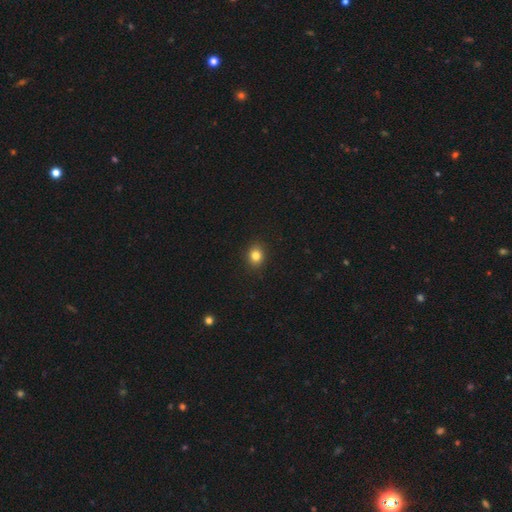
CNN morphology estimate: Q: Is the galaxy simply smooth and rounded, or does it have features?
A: smooth — 83%.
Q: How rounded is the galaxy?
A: round — 66%.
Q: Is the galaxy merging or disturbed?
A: none — 91%.